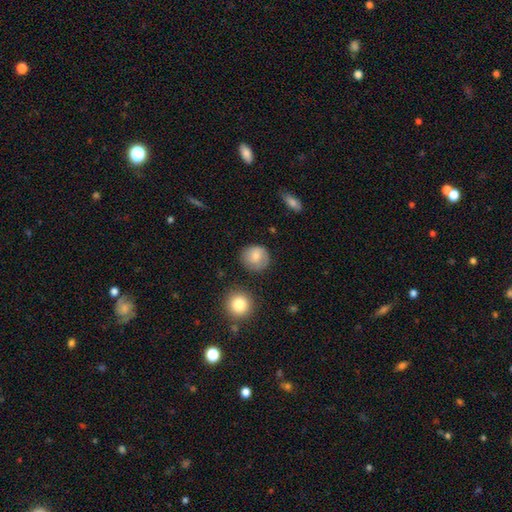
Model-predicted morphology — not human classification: smooth 75%, featured or disk 17%, star or artifact 8%. Down the decision tree: how rounded — round (89%); merging — none (79%).